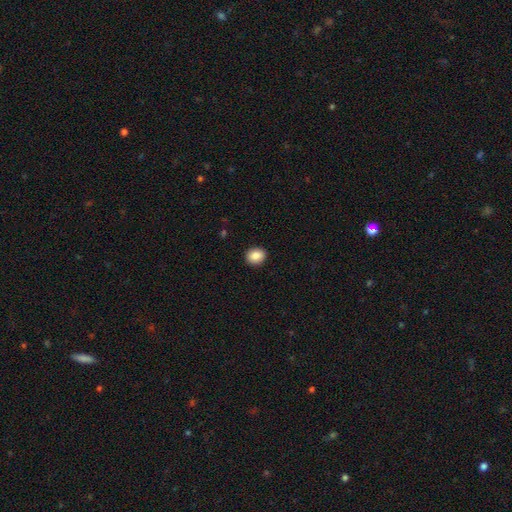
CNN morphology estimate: Smooth or featured? smooth (88%)
How rounded? round (64%)
Merging? none (91%)